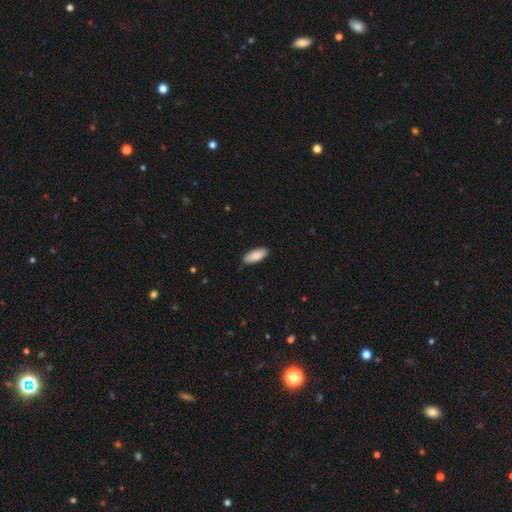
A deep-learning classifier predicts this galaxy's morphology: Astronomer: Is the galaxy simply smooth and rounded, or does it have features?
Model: smooth — 89%.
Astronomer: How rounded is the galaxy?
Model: in between — 82%.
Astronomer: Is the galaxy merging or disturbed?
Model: none — 89%.